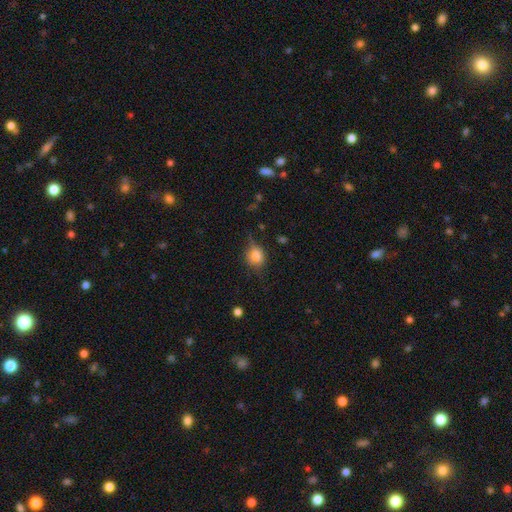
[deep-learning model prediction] smooth-or-featured: smooth: 70% | featured or disk: 19% | star or artifact: 11%
  how-rounded: round: 60% | in between: 38% | cigar-shaped: 2%
  merging: none: 61% | minor disturbance: 28% | major disturbance: 9% | merger: 2%